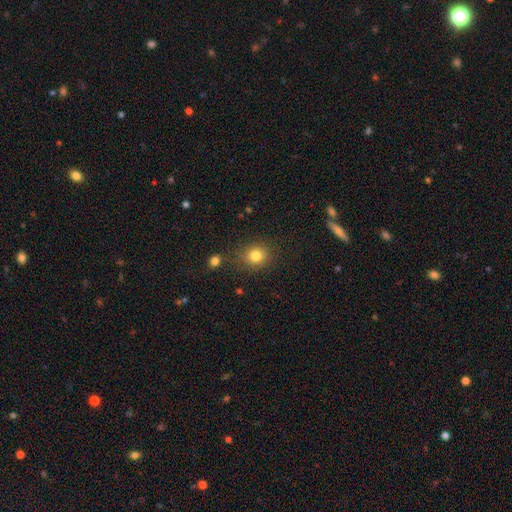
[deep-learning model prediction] The model was most divided on "how rounded": round: 74%, in between: 25%, cigar-shaped: 1%. More confident: smooth or featured — smooth (81%); merging — none (80%).